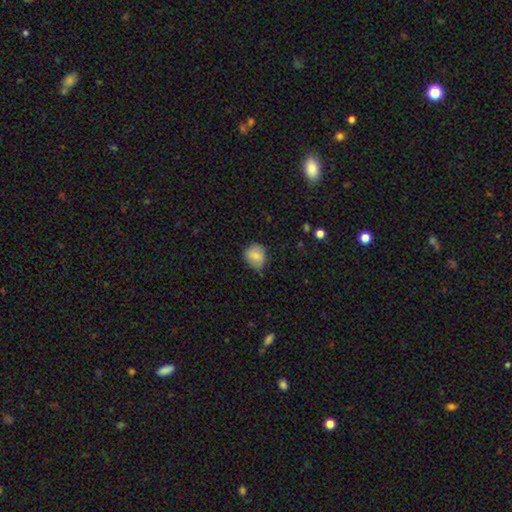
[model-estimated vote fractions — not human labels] A smooth galaxy with no disk features (81%) that is round (70%).

Vote fractions:
- Smooth or featured? smooth: 81% / featured or disk: 10% / star or artifact: 8%
- How rounded? round: 70% / in between: 29% / cigar-shaped: 1%
- Merging? none: 68% / minor disturbance: 26% / major disturbance: 4% / merger: 1%